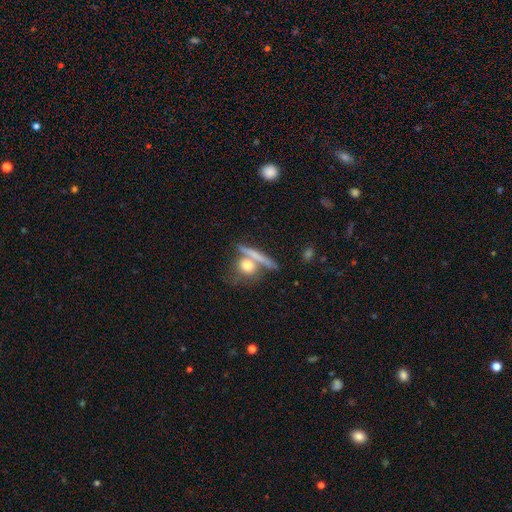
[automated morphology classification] The model was most divided on "how rounded": cigar-shaped: 44%, round: 38%, in between: 19%. More confident: smooth or featured — smooth (61%); merging — none (54%).